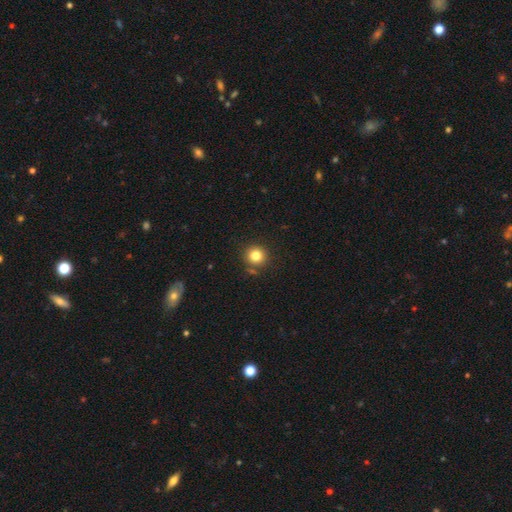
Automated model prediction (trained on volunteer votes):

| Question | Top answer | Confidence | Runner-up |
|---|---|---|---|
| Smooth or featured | smooth | 81% | star or artifact (12%) |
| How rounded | round | 93% | in between (6%) |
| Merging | none | 84% | minor disturbance (8%) |